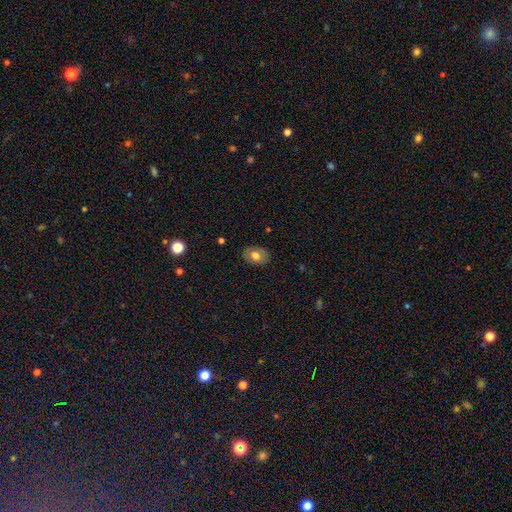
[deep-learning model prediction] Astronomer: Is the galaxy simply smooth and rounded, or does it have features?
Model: smooth — 63%.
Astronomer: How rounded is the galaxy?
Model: in between — 73%.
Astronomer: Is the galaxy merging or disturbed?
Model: none — 83%.